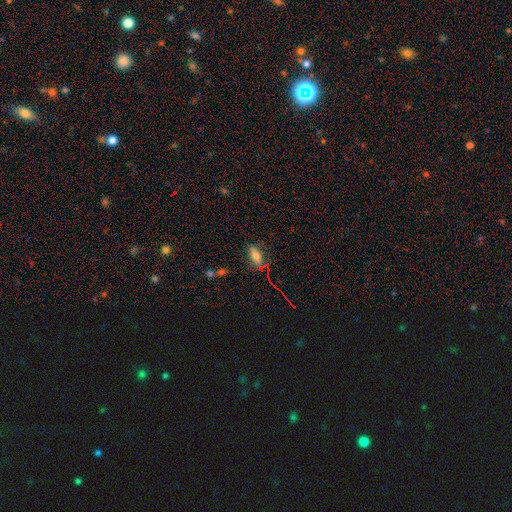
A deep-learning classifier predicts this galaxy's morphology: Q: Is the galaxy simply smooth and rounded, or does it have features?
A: smooth — 65%.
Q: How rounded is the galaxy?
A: in between — 84%.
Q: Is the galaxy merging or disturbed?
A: none — 70%.